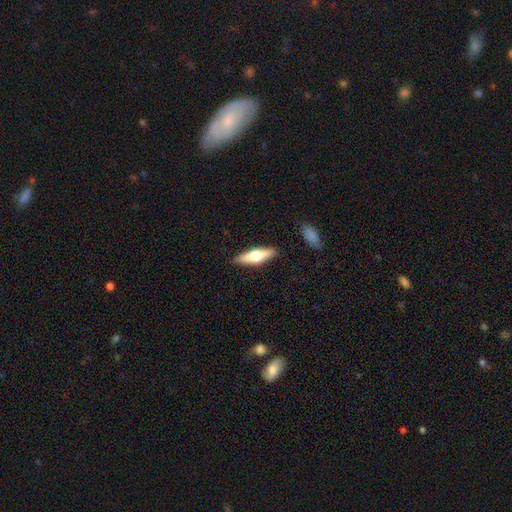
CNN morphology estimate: The model was most divided on "smooth or featured": smooth: 52%, featured or disk: 42%, star or artifact: 6%. More confident: merging — none (88%); how rounded — cigar-shaped (56%).